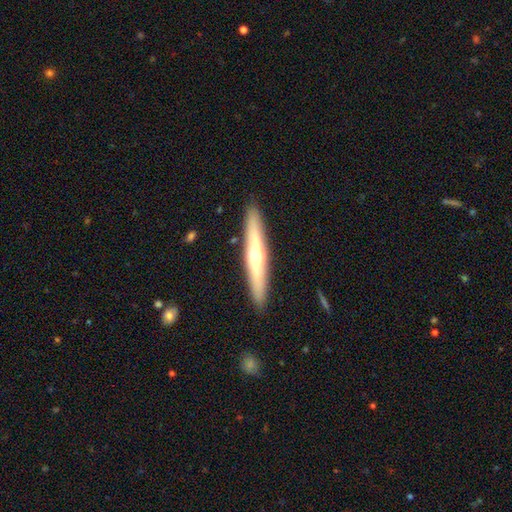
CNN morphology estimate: A featured or disk galaxy (58%) viewed edge-on (91%) with a rounded central bulge (84%). Merging: none (91%).